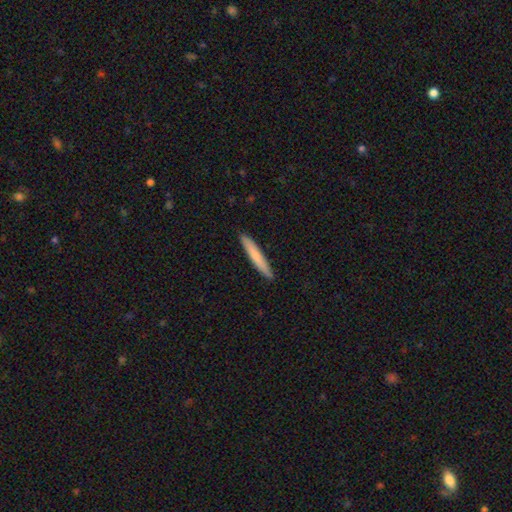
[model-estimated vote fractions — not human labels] Morphology: type=smooth (74%); roundness=cigar-shaped (95%); merging=none (91%).